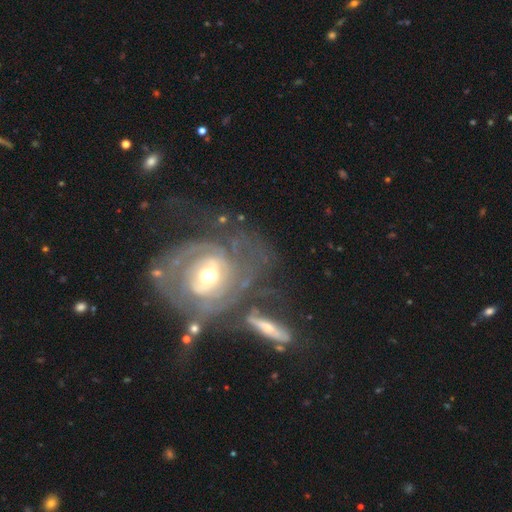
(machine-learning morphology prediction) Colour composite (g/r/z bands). It shows a featured or disk galaxy (81%) with no bar (51%), tight (60%) spiral arms (79%) and a moderate central bulge (65%). Merging: none (39%).